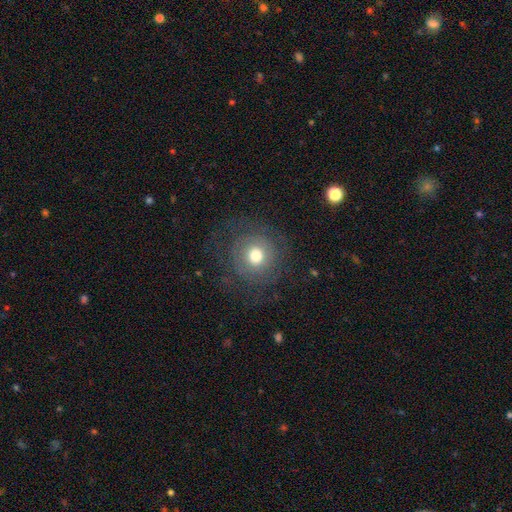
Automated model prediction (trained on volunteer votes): This is likely a smooth galaxy (62%). How rounded: clearly round (92%). Merging: likely none (76%).